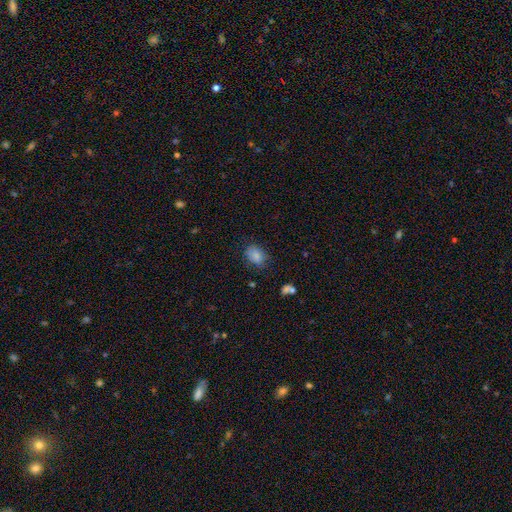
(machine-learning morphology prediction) Smooth or featured?
  - smooth: 85% *
  - star or artifact: 10%
  - featured or disk: 6%
How rounded?
  - in between: 79% *
  - round: 20%
  - cigar-shaped: 1%
Merging?
  - none: 74% *
  - minor disturbance: 19%
  - major disturbance: 5%
  - merger: 2%